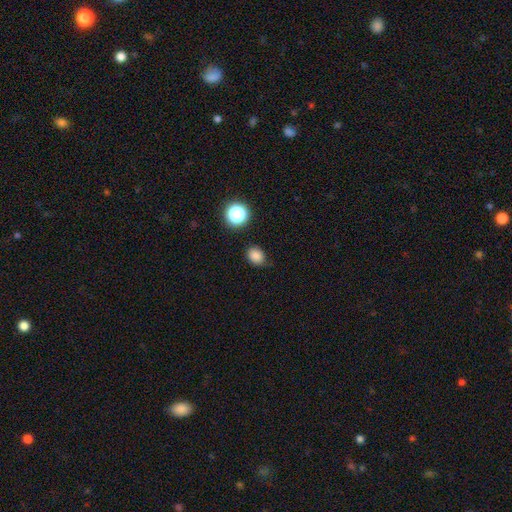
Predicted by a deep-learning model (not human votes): The model was most divided on "how rounded": round: 50%, in between: 49%, cigar-shaped: 1%. More confident: smooth or featured — smooth (82%); merging — none (76%).